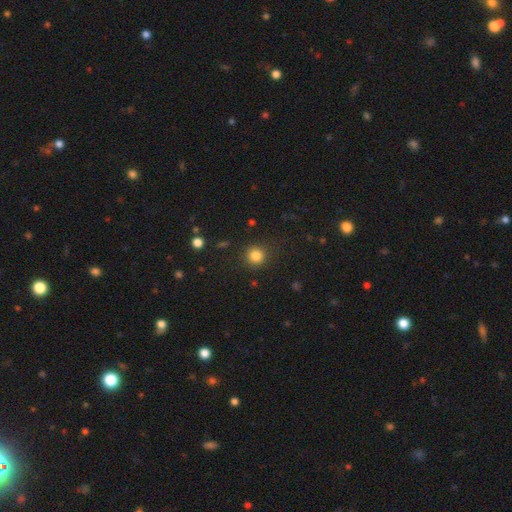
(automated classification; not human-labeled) This is clearly a smooth galaxy (83%). How rounded: clearly round (93%). Merging: clearly none (88%).